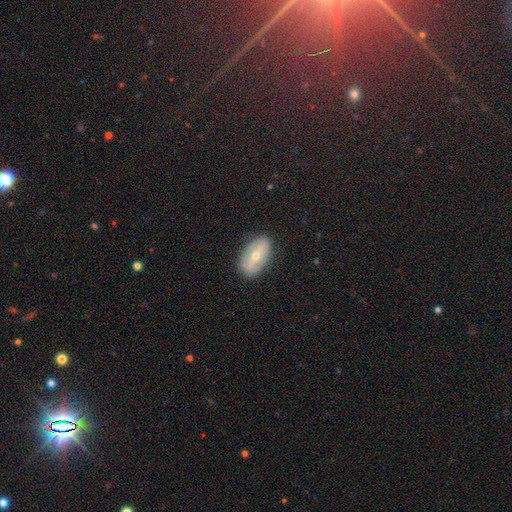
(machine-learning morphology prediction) The model was most divided on "smooth or featured": featured or disk: 53%, smooth: 38%, star or artifact: 9%. More confident: edge-on disk — no (88%); merging — none (84%).